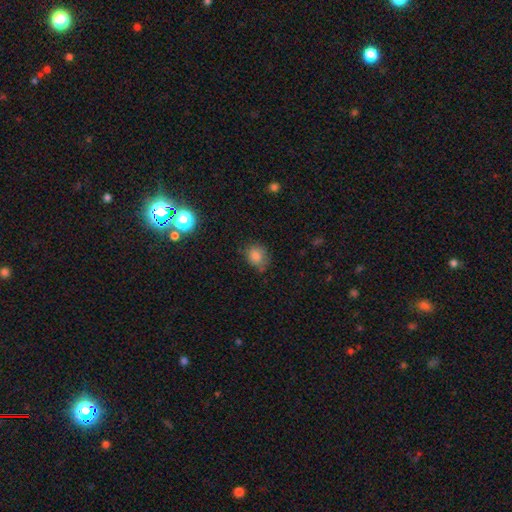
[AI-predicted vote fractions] smooth-or-featured: smooth: 81% | star or artifact: 12% | featured or disk: 7%
  how-rounded: round: 67% | in between: 32% | cigar-shaped: 1%
  merging: none: 68% | minor disturbance: 22% | major disturbance: 5% | merger: 4%